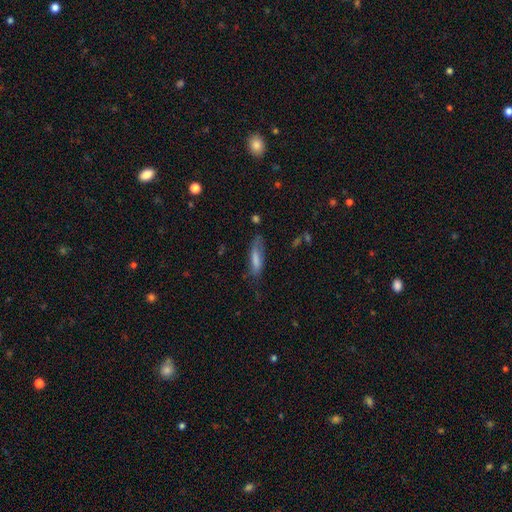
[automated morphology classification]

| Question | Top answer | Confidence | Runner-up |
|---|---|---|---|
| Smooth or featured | smooth | 57% | featured or disk (31%) |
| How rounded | cigar-shaped | 65% | in between (33%) |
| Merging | none | 65% | minor disturbance (23%) |